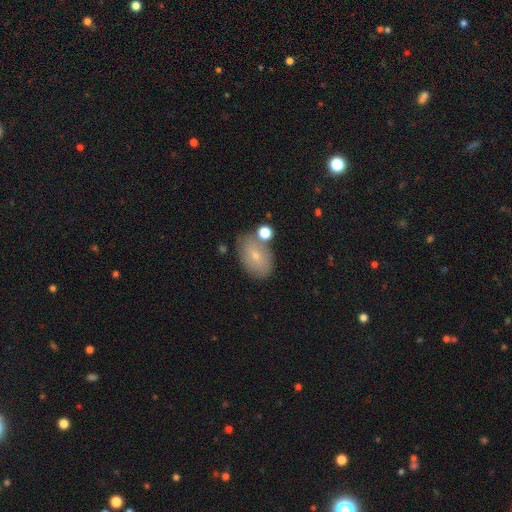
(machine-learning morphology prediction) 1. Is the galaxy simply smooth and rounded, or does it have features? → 70% smooth, 21% featured or disk, 9% star or artifact.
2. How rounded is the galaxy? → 84% in between, 14% round, 2% cigar-shaped.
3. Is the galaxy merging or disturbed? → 67% none, 16% minor disturbance, 13% merger, 5% major disturbance.